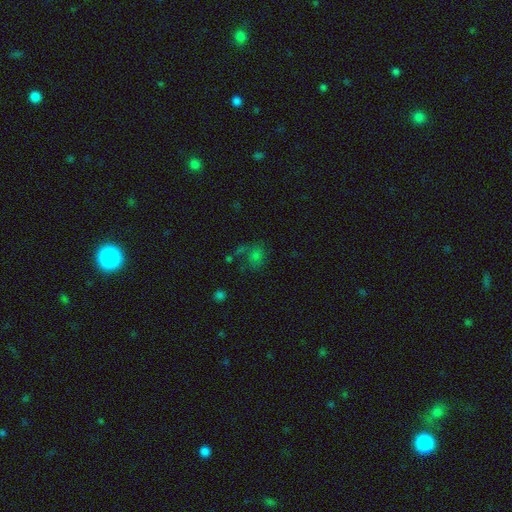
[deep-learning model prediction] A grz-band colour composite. It shows a smooth galaxy with no disk features (54%) that is round (64%). Merging: none (48%).